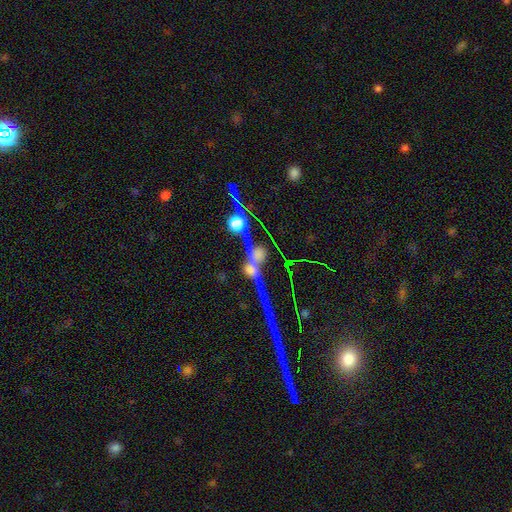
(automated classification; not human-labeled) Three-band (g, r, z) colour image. It shows a star or artifact, not a galaxy (40%).